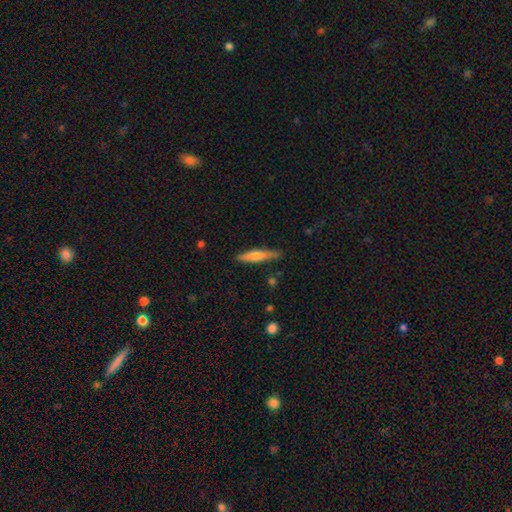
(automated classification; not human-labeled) Smooth or featured?
  - smooth: 57% *
  - featured or disk: 37%
  - star or artifact: 6%
How rounded?
  - cigar-shaped: 91% *
  - in between: 8%
  - round: 2%
Merging?
  - none: 85% *
  - minor disturbance: 12%
  - major disturbance: 2%
  - merger: 2%